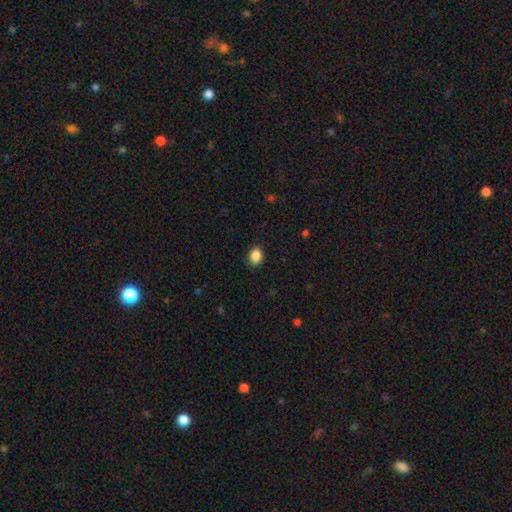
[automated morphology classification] Q: Smooth or featured?
A: smooth (88%); runner-up: star or artifact (9%)
Q: How rounded?
A: in between (67%); runner-up: round (32%)
Q: Merging?
A: none (88%); runner-up: minor disturbance (9%)